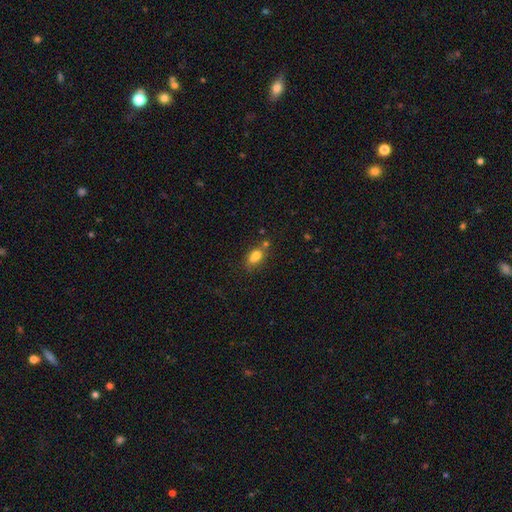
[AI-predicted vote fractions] Q: Smooth or featured?
A: smooth (76%); runner-up: featured or disk (13%)
Q: How rounded?
A: in between (76%); runner-up: round (19%)
Q: Merging?
A: none (50%); runner-up: merger (25%)